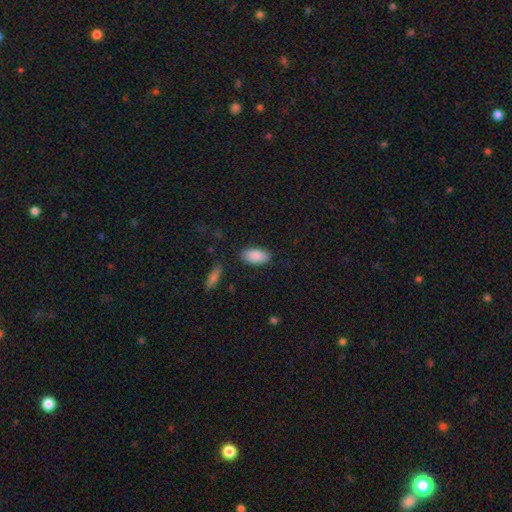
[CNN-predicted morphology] Smooth or featured: smooth — 88% (star or artifact — 6%)
How rounded: in between — 93% (cigar-shaped — 4%)
Merging: none — 84% (minor disturbance — 11%)